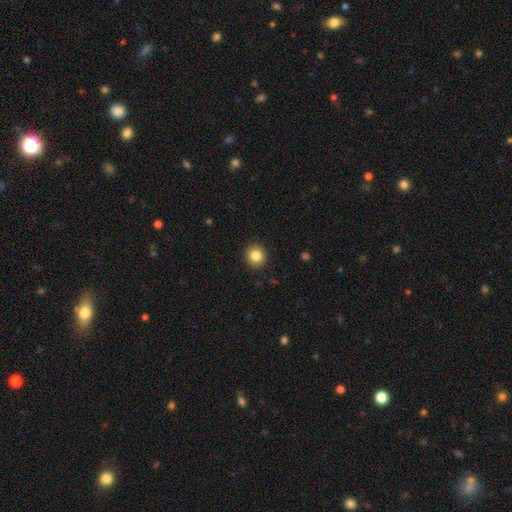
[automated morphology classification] Smooth or featured: smooth — 83% (star or artifact — 10%)
How rounded: round — 90% (in between — 9%)
Merging: none — 92% (minor disturbance — 6%)